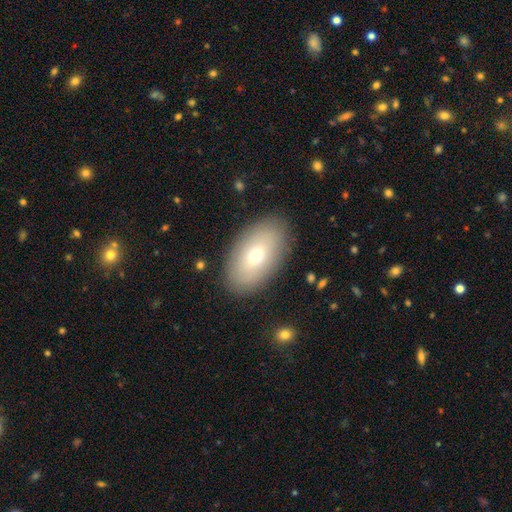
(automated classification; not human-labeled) smooth_or_featured: smooth (p=0.65) [alt: featured or disk p=0.27]
how_rounded: in between (p=0.93) [alt: round p=0.05]
merging: none (p=0.87) [alt: minor disturbance p=0.09]